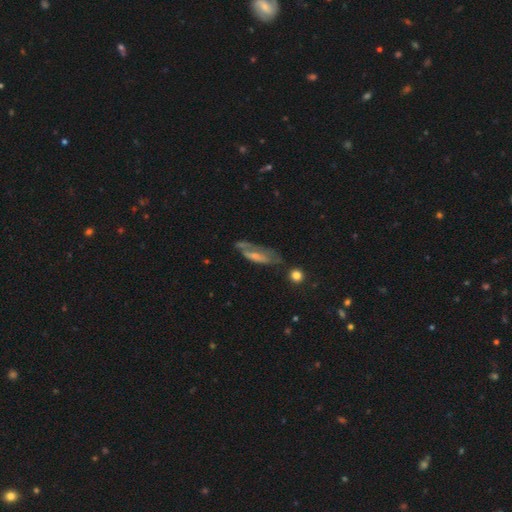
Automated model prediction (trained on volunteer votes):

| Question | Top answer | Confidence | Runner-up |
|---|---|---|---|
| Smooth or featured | featured or disk | 50% | smooth (41%) |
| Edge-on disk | no | 75% | yes (25%) |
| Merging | none | 37% | major disturbance (29%) |